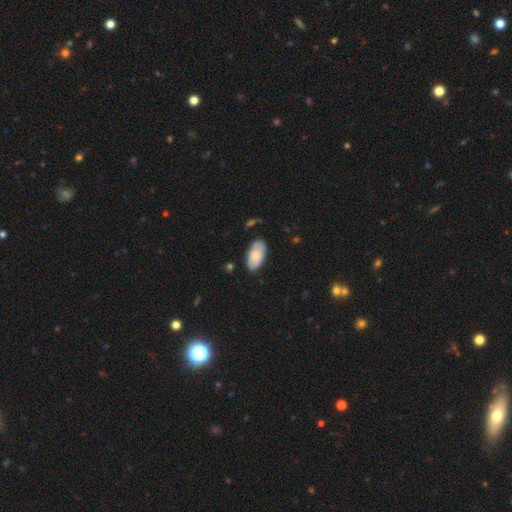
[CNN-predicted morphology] The model was most divided on "smooth or featured": smooth: 75%, featured or disk: 19%, star or artifact: 6%. More confident: how rounded — in between (95%); merging — none (76%).